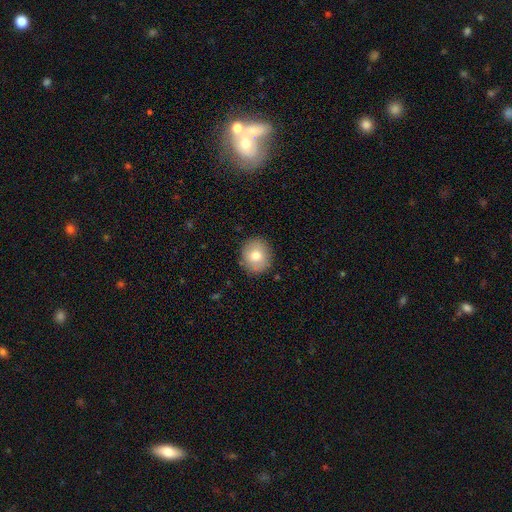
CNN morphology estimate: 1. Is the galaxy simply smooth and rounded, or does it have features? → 76% smooth, 15% featured or disk, 9% star or artifact.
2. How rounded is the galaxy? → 81% round, 18% in between, 1% cigar-shaped.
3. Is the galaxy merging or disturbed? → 88% none, 9% minor disturbance, 2% major disturbance, 1% merger.